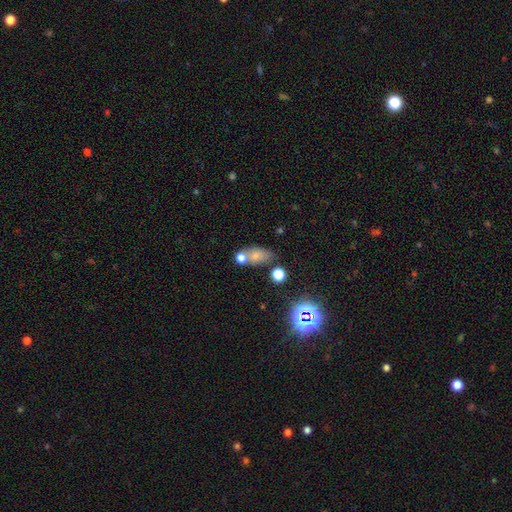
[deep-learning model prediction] Overall: smooth (69%). How rounded: in between (77%). Merging: none (50%; merger 29%).